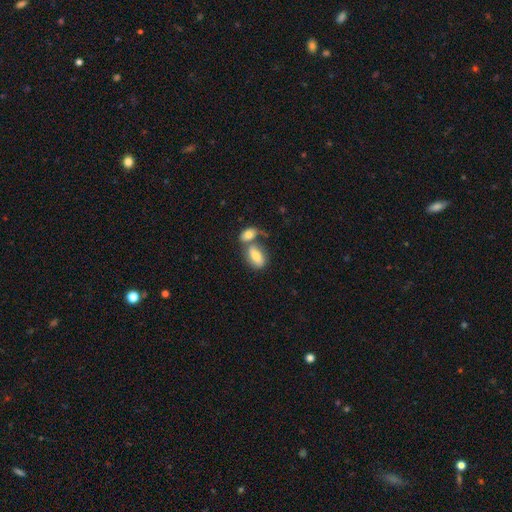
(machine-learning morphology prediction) smooth 72%, featured or disk 22%, star or artifact 7%. Down the decision tree: how rounded — in between (87%); merging — merger (53%).